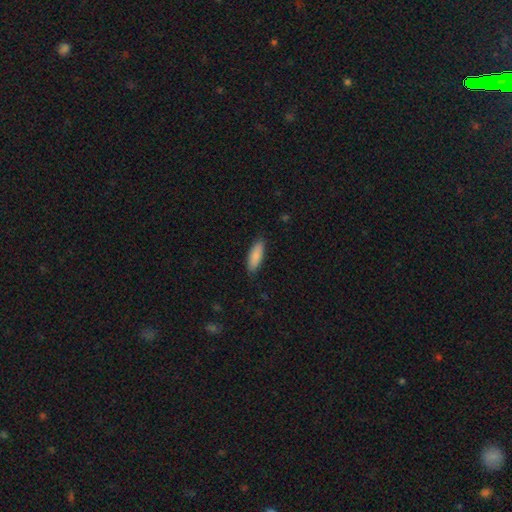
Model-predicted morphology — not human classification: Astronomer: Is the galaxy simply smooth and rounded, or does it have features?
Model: smooth — 87%.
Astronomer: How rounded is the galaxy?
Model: in between — 63%.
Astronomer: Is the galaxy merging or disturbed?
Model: none — 85%.